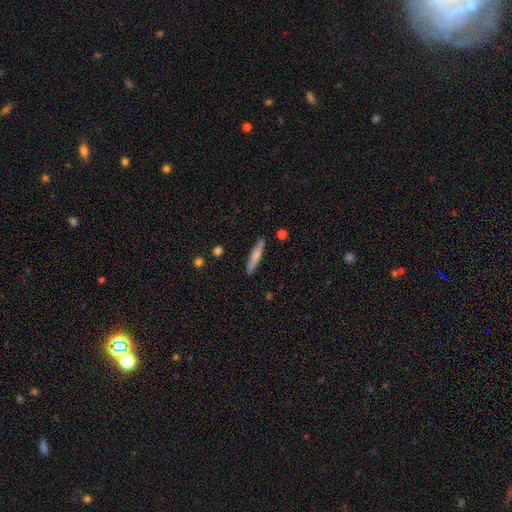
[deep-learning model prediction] smooth 68%, featured or disk 26%, star or artifact 6%. Down the decision tree: how rounded — cigar-shaped (91%); merging — none (88%).